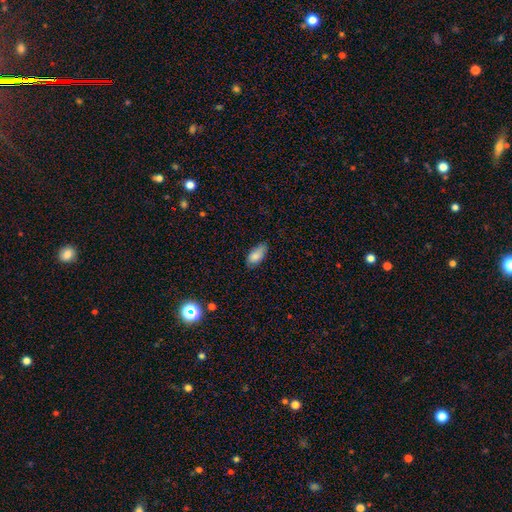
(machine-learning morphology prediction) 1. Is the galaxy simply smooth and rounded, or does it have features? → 83% smooth, 9% featured or disk, 8% star or artifact.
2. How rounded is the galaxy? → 91% in between, 6% cigar-shaped, 3% round.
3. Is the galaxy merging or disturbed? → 71% none, 23% minor disturbance, 4% major disturbance, 1% merger.